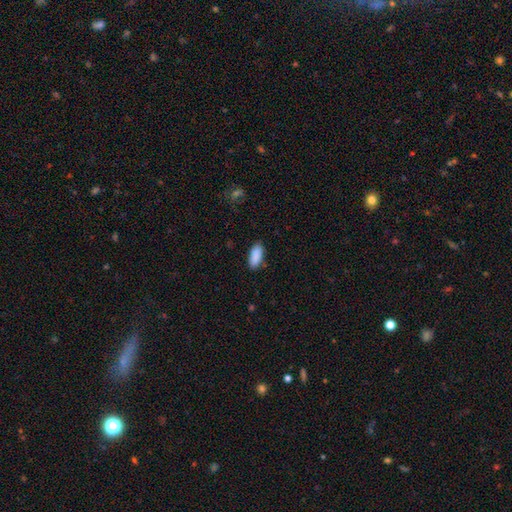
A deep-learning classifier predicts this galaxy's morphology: The model was most divided on "how rounded": in between: 86%, cigar-shaped: 12%, round: 2%. More confident: smooth or featured — smooth (90%); merging — none (87%).